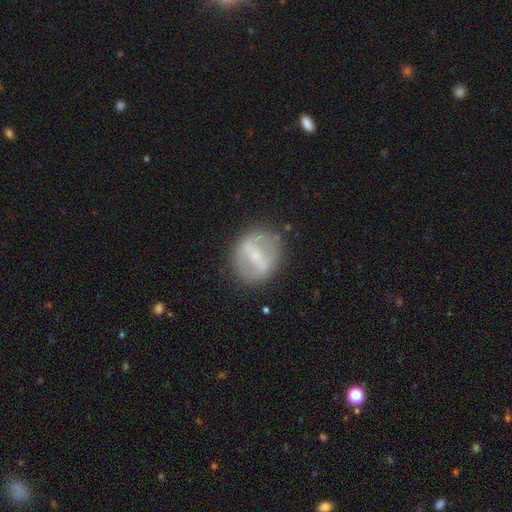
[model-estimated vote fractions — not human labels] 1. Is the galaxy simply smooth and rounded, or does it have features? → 62% featured or disk, 31% smooth, 7% star or artifact.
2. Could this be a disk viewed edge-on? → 90% no, 10% yes.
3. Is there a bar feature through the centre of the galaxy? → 63% strong, 27% weak, 10% no.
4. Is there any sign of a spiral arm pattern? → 77% no, 23% yes.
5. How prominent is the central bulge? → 57% small, 28% moderate, 11% none, 3% large, 1% dominant.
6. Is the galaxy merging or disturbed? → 80% none, 13% minor disturbance, 6% major disturbance, 2% merger.